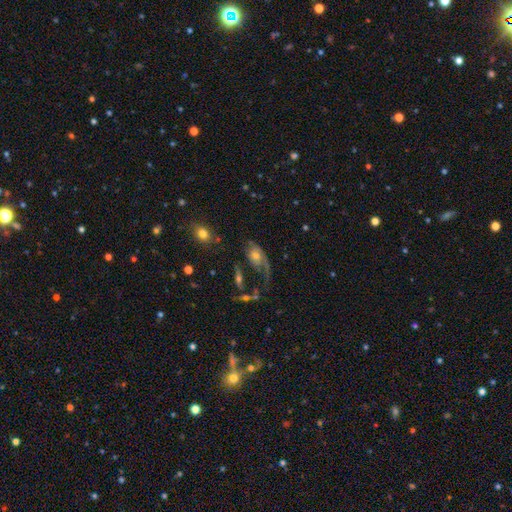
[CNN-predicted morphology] Overall: featured or disk (60%; smooth 29%). Edge-on disk: no (93%). Bar: no (78%). Spiral arms: yes (73%). Bulge size: moderate (51%; small 35%). Merging: major disturbance (48%; none 27%).